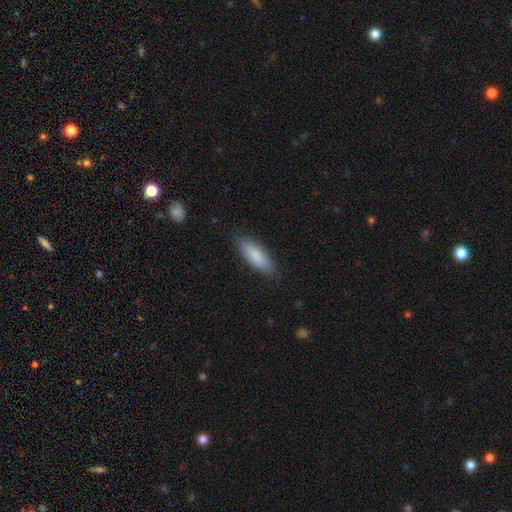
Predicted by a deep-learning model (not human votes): smooth-or-featured: smooth: 86% | featured or disk: 9% | star or artifact: 5%
  how-rounded: in between: 64% | cigar-shaped: 35% | round: 2%
  merging: none: 84% | minor disturbance: 12% | major disturbance: 2% | merger: 1%